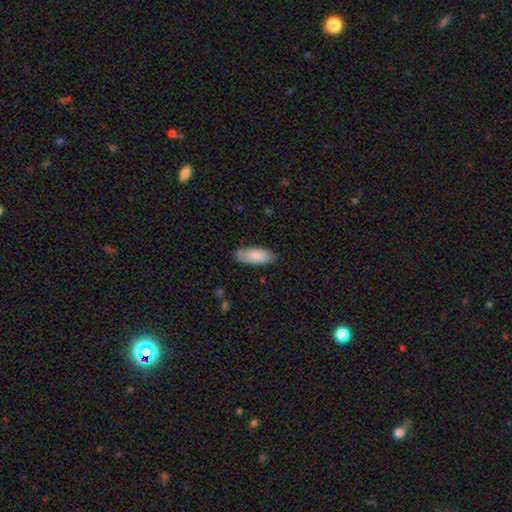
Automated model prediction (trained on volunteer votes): Q: Smooth or featured?
A: smooth (84%); runner-up: featured or disk (10%)
Q: How rounded?
A: in between (76%); runner-up: cigar-shaped (22%)
Q: Merging?
A: none (81%); runner-up: minor disturbance (15%)